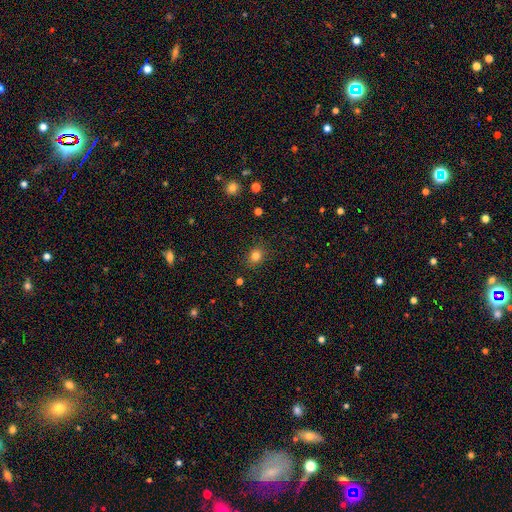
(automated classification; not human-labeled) This is clearly a smooth galaxy (81%). How rounded: likely round (68%). Merging: clearly none (86%).